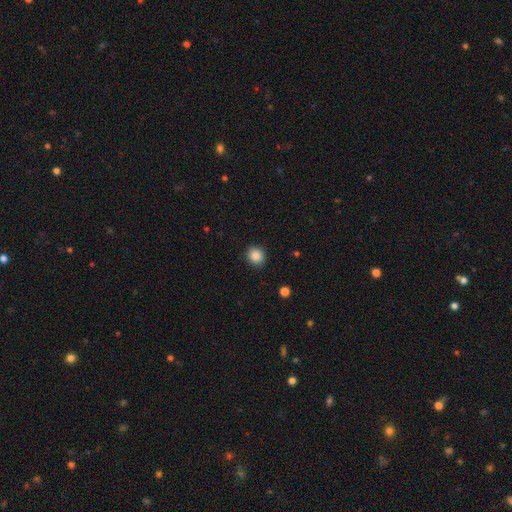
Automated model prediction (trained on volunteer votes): Q: Smooth or featured?
A: smooth (87%); runner-up: star or artifact (10%)
Q: How rounded?
A: round (83%); runner-up: in between (16%)
Q: Merging?
A: none (89%); runner-up: minor disturbance (8%)